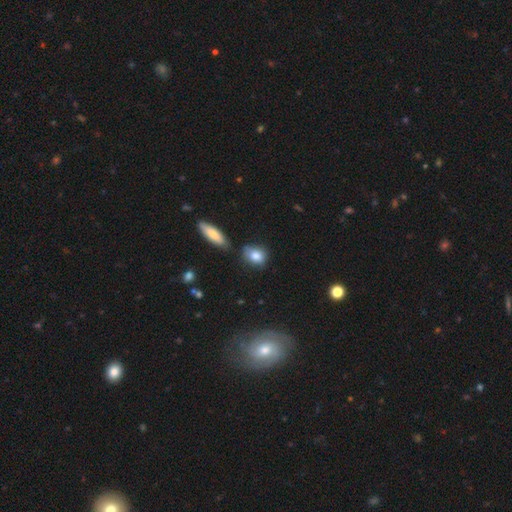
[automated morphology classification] Overall: smooth (83%). How rounded: in between (55%; round 42%). Merging: none (61%; minor disturbance 23%).